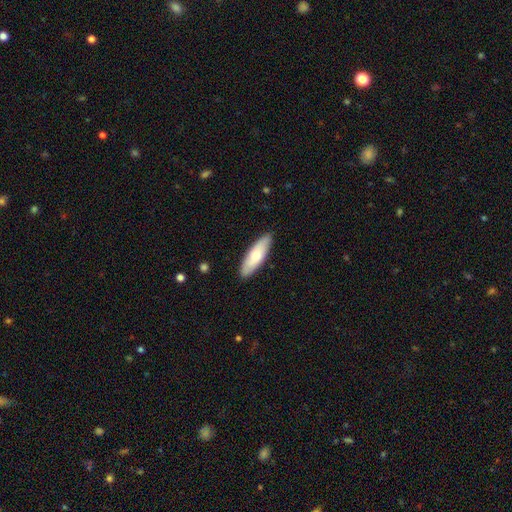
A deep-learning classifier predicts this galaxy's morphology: The model was most divided on "how rounded" (2-way tie): in between: 49%, cigar-shaped: 49%, round: 2%. More confident: merging — none (87%); smooth or featured — smooth (71%).